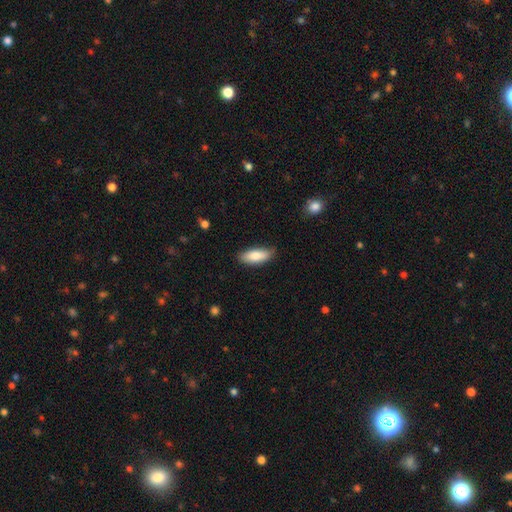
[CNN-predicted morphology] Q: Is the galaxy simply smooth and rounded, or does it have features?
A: smooth — 84%.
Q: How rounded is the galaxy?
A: in between — 74%.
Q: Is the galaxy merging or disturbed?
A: none — 83%.